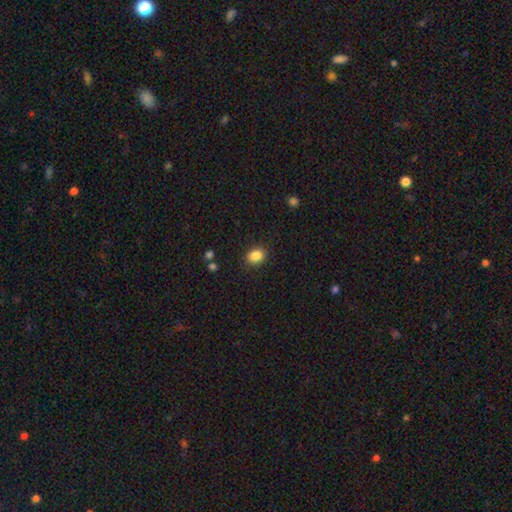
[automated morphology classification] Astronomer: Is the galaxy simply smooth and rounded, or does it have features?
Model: smooth — 86%.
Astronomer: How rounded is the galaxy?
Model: in between — 54% (runner-up: round, 46%).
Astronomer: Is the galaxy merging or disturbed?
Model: none — 87%.